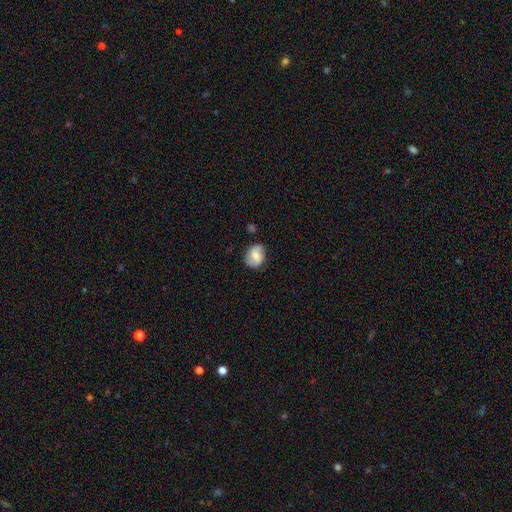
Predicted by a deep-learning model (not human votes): A smooth galaxy with no disk features (60%) that is in between round and cigar-shaped (51%).

Vote fractions:
- Smooth or featured? smooth: 60% / featured or disk: 32% / star or artifact: 8%
- How rounded? in between: 51% / round: 48% / cigar-shaped: 1%
- Merging? none: 73% / minor disturbance: 20% / major disturbance: 5% / merger: 2%